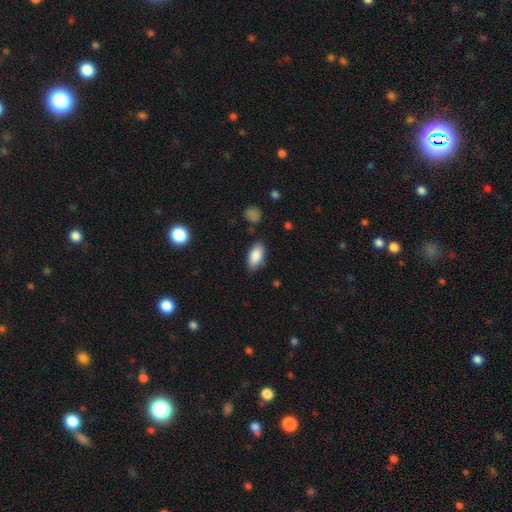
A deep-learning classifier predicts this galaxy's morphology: Smooth or featured?
  - smooth: 86% *
  - featured or disk: 7%
  - star or artifact: 7%
How rounded?
  - in between: 90% *
  - cigar-shaped: 7%
  - round: 3%
Merging?
  - none: 82% *
  - minor disturbance: 13%
  - major disturbance: 3%
  - merger: 2%